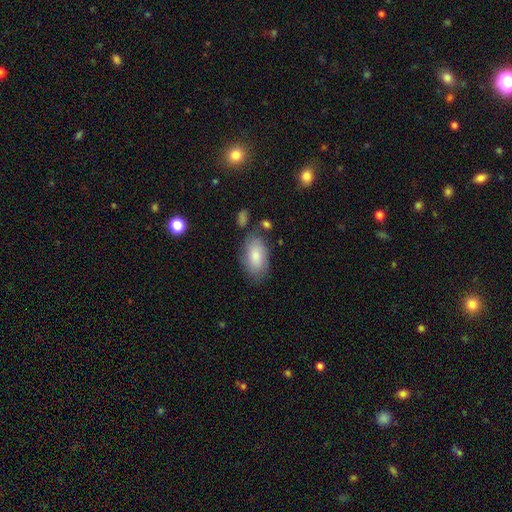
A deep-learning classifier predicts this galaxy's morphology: Q: Smooth or featured?
A: smooth (80%); runner-up: featured or disk (14%)
Q: How rounded?
A: in between (93%); runner-up: round (4%)
Q: Merging?
A: none (71%); runner-up: minor disturbance (18%)